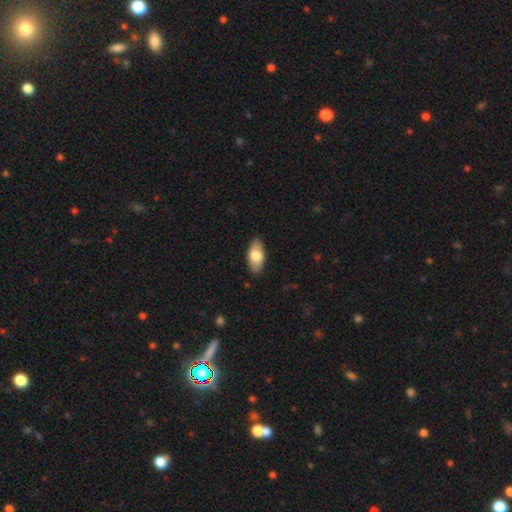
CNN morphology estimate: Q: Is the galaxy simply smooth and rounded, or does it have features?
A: smooth — 75%.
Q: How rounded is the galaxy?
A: in between — 91%.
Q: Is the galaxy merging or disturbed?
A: none — 87%.